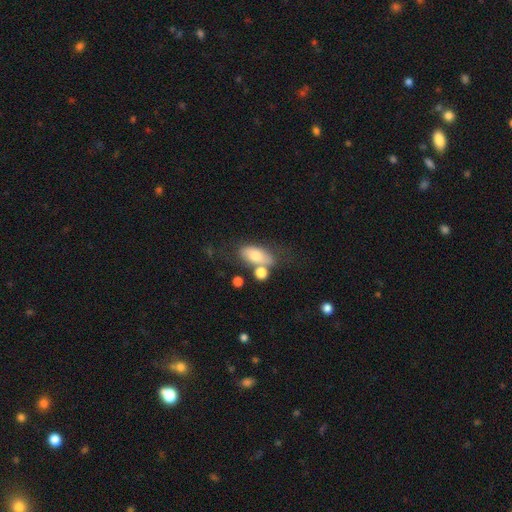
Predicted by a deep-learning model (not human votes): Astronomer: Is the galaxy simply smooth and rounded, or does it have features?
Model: smooth — 66%.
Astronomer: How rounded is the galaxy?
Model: in between — 85%.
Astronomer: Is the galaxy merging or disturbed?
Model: none — 52%.